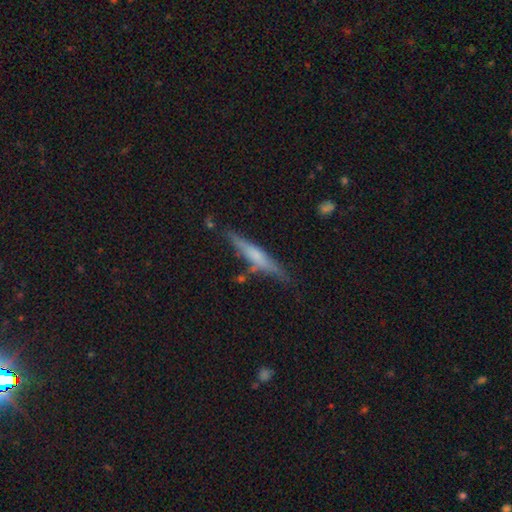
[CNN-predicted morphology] Overall: featured or disk (50%; smooth 43%). Edge-on disk: yes (95%). Merging: none (79%).